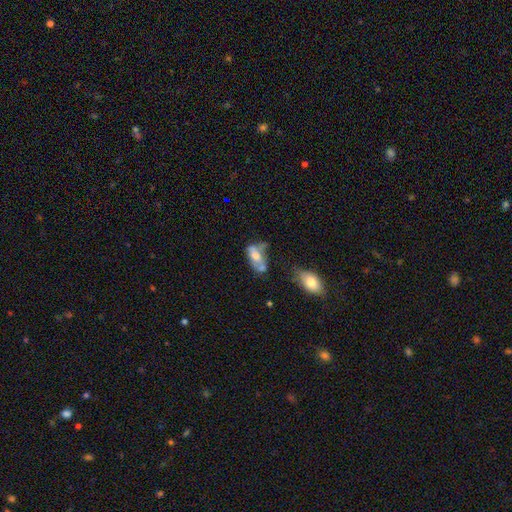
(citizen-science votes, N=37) featured or disk 59%, smooth 41%, star or artifact 0%. Down the decision tree: edge-on disk — no (77%); bar — no (88%); spiral arms — no (82%); bulge size — moderate (88%); merging — minor disturbance (32%).